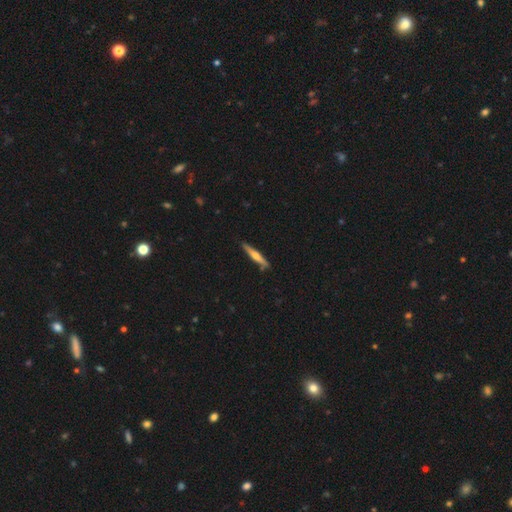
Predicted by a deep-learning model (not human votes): Smooth or featured? Predicted: featured or disk (p=0.50). Edge-on disk? Predicted: yes (p=0.95). Merging? Predicted: none (p=0.85).